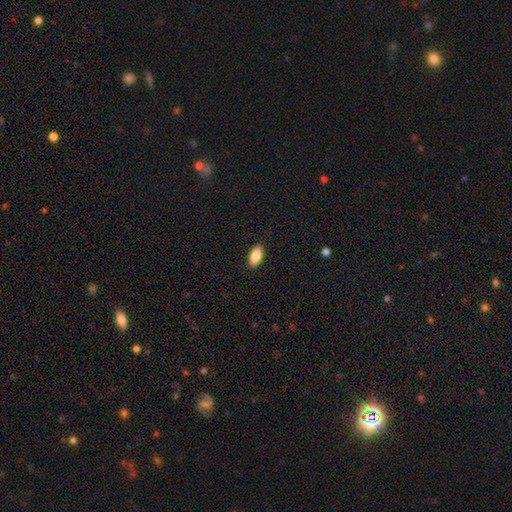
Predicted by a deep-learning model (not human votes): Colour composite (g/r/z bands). It shows a smooth galaxy with no disk features (87%) that is in between round and cigar-shaped (91%). Merging: none (90%).